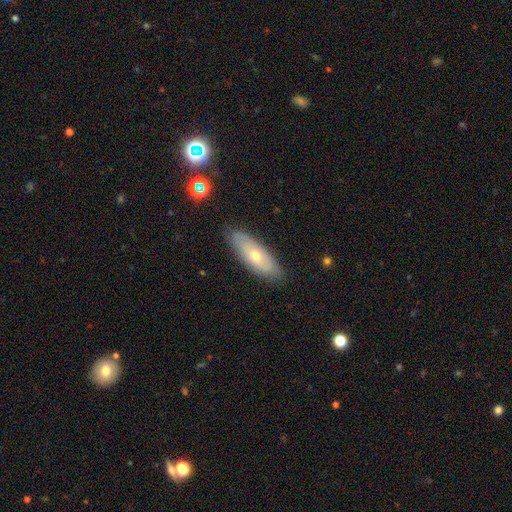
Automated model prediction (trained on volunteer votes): Smooth or featured?
  - smooth: 47% *
  - featured or disk: 46%
  - star or artifact: 7%
Merging?
  - none: 83% *
  - minor disturbance: 14%
  - major disturbance: 3%
  - merger: 1%